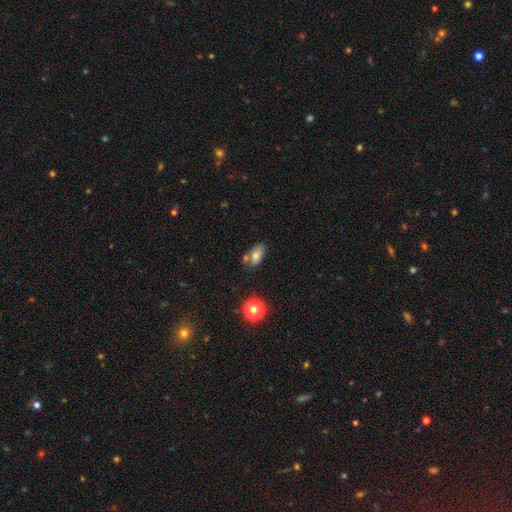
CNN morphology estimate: Overall: smooth (76%). How rounded: in between (87%). Merging: none (58%; minor disturbance 20%).